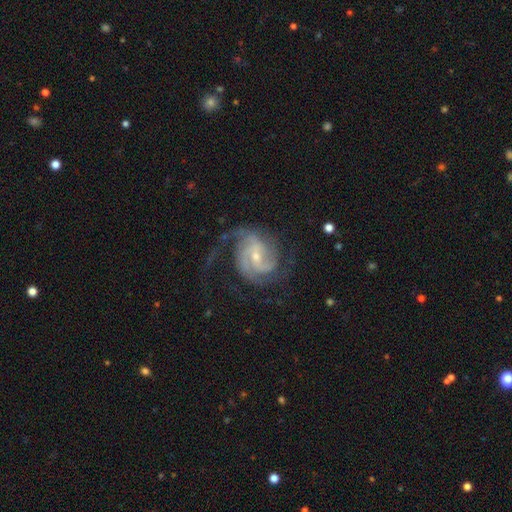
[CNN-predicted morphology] A featured or disk galaxy (90%) with a weak bar (49%), 2 (36%) medium (45%) spiral arms (98%) and a small central bulge (63%).

Vote fractions:
- Smooth or featured? featured or disk: 90% / smooth: 5% / star or artifact: 5%
- Edge-on disk? no: 98% / yes: 2%
- Bar? weak: 49% / no: 31% / strong: 21%
- Spiral arms? yes: 98% / no: 2%
- Spiral winding? medium: 45% / tight: 40% / loose: 14%
- Spiral arm count? 2: 36% / 3: 31% / can't tell: 14% / 4: 9% / 1: 6% / more than 4: 5%
- Bulge size? small: 63% / moderate: 33% / none: 2% / large: 2% / dominant: 1%
- Merging? none: 59% / major disturbance: 21% / minor disturbance: 18% / merger: 2%